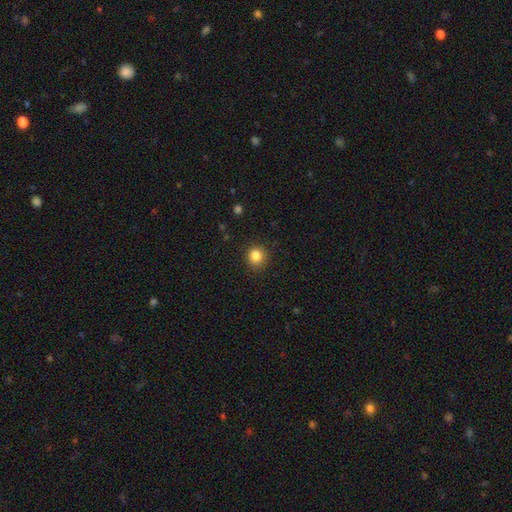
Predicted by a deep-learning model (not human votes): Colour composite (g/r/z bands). It shows a smooth galaxy with no disk features (84%) that is round (89%). Merging: none (89%).